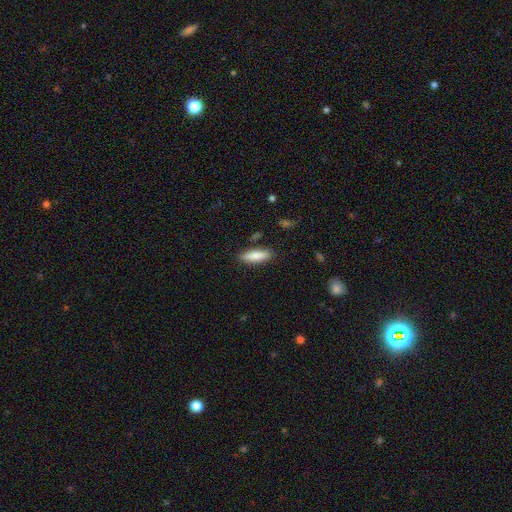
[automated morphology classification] A smooth galaxy with no disk features (81%) that is cigar-shaped (50%). Merging: none (85%).